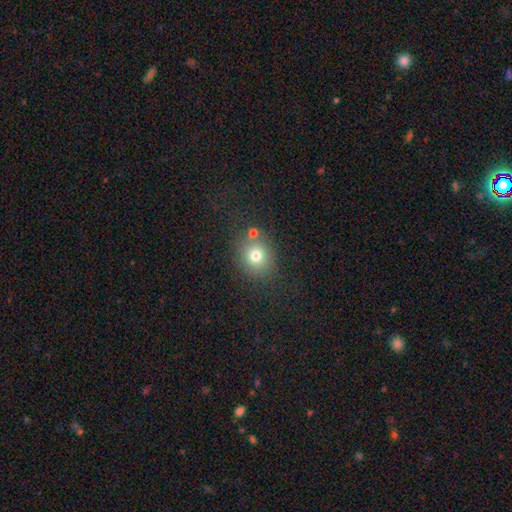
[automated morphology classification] A smooth galaxy with no disk features (75%) that is round (76%).

Vote fractions:
- Smooth or featured? smooth: 75% / star or artifact: 15% / featured or disk: 10%
- How rounded? round: 76% / in between: 23% / cigar-shaped: 1%
- Merging? none: 73% / minor disturbance: 12% / merger: 11% / major disturbance: 5%